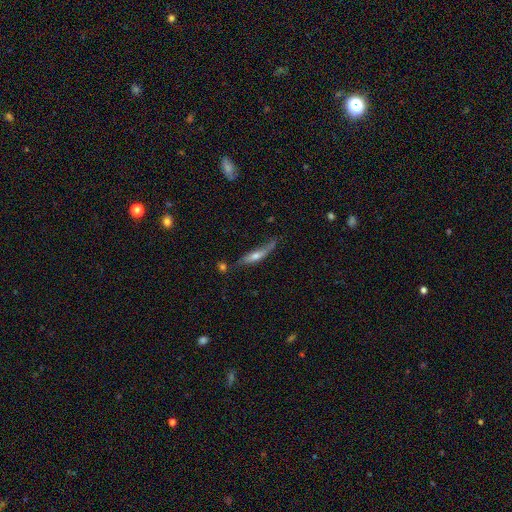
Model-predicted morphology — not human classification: The model was most divided on "smooth or featured": featured or disk: 53%, smooth: 40%, star or artifact: 7%. More confident: edge-on disk — yes (79%); merging — none (50%).